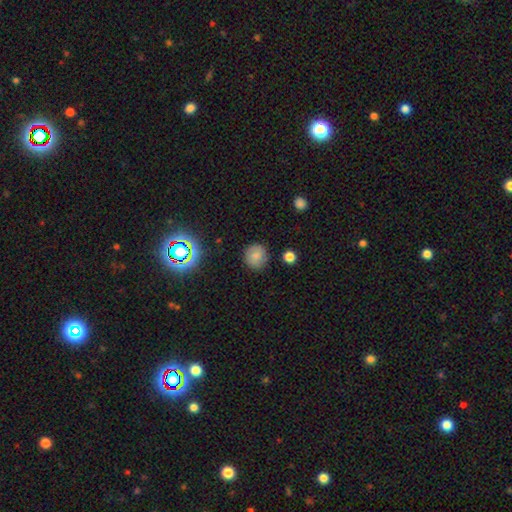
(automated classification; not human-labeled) Q: Smooth or featured?
A: smooth (78%); runner-up: star or artifact (13%)
Q: How rounded?
A: round (91%); runner-up: in between (8%)
Q: Merging?
A: none (87%); runner-up: minor disturbance (9%)